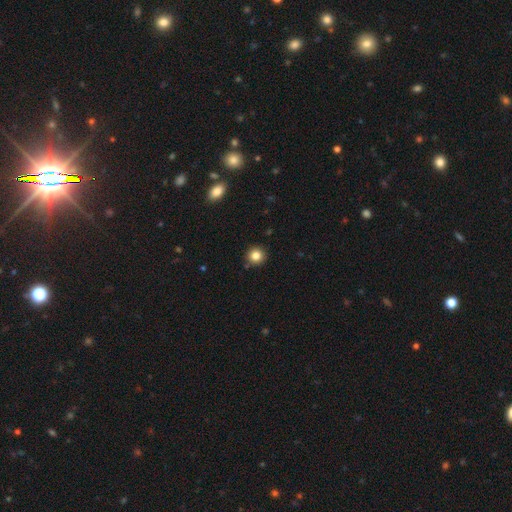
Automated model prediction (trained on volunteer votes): Smooth or featured? smooth (83%)
How rounded? round (94%)
Merging? none (90%)